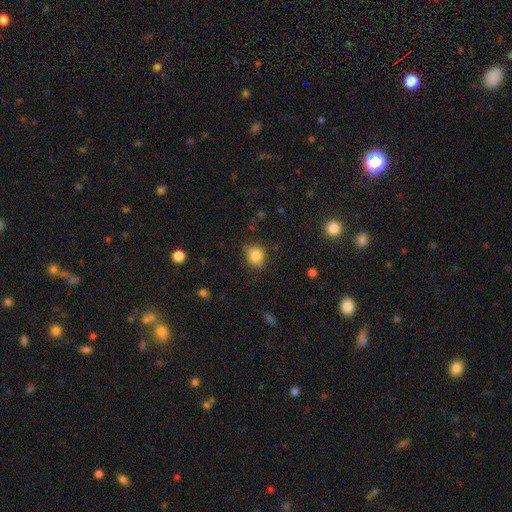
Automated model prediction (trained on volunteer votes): The model was most divided on "how rounded": round: 66%, in between: 33%, cigar-shaped: 1%. More confident: smooth or featured — smooth (83%); merging — none (75%).